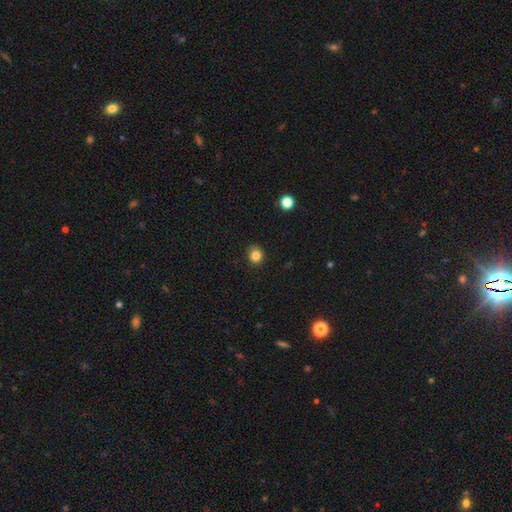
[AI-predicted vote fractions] Smooth or featured?
  - smooth: 84% *
  - star or artifact: 12%
  - featured or disk: 5%
How rounded?
  - round: 85% *
  - in between: 14%
  - cigar-shaped: 1%
Merging?
  - none: 86% *
  - minor disturbance: 10%
  - major disturbance: 2%
  - merger: 1%